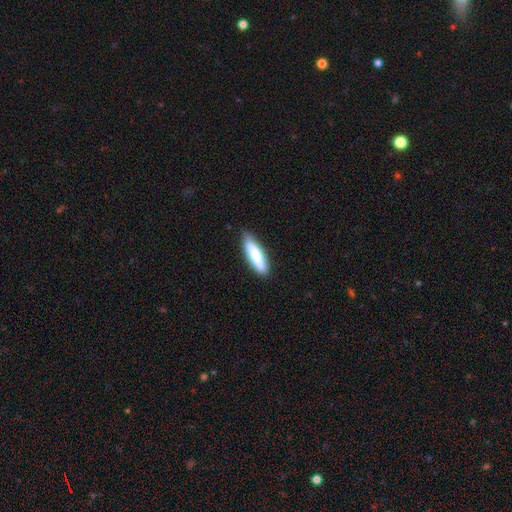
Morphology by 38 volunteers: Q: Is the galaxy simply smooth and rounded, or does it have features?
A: smooth — 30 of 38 (79%).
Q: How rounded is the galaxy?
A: cigar-shaped — 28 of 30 (93%).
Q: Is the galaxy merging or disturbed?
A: none — 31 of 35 (89%).